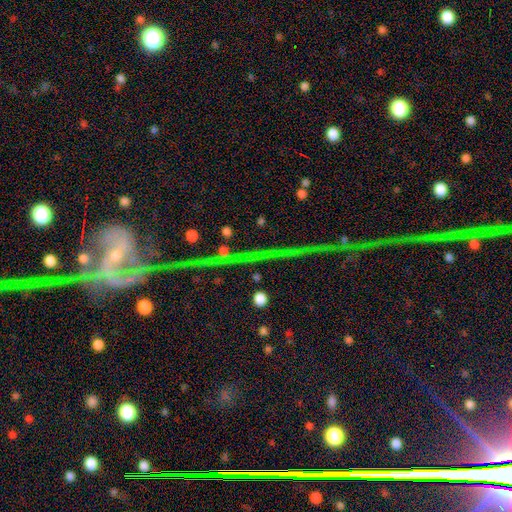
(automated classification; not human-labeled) A star or artifact, not a galaxy (51%).